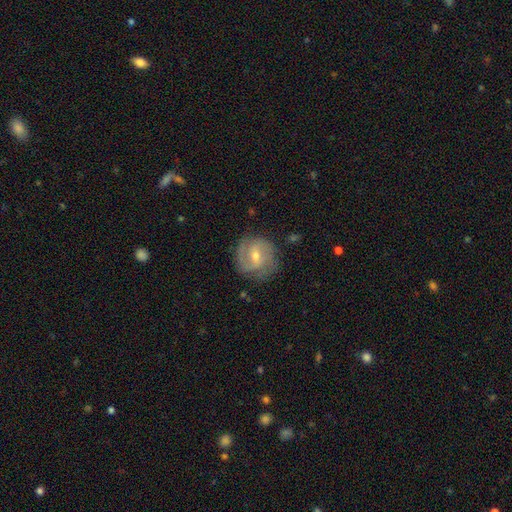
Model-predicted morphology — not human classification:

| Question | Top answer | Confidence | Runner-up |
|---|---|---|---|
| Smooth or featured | featured or disk | 74% | smooth (19%) |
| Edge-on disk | no | 97% | yes (3%) |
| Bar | weak | 53% | no (27%) |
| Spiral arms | yes | 89% | no (11%) |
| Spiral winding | tight | 42% | medium (41%) |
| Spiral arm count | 2 | 66% | can't tell (18%) |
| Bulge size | moderate | 51% | small (45%) |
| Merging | none | 76% | minor disturbance (17%) |